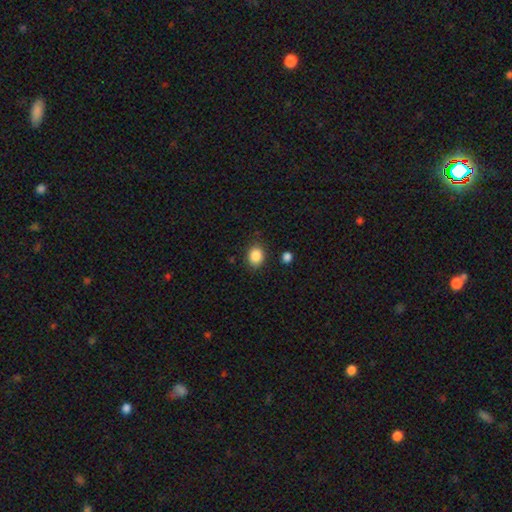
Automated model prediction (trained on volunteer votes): smooth_or_featured: smooth (p=0.87) [alt: star or artifact p=0.09]
how_rounded: round (p=0.56) [alt: in between p=0.43]
merging: none (p=0.83) [alt: minor disturbance p=0.11]